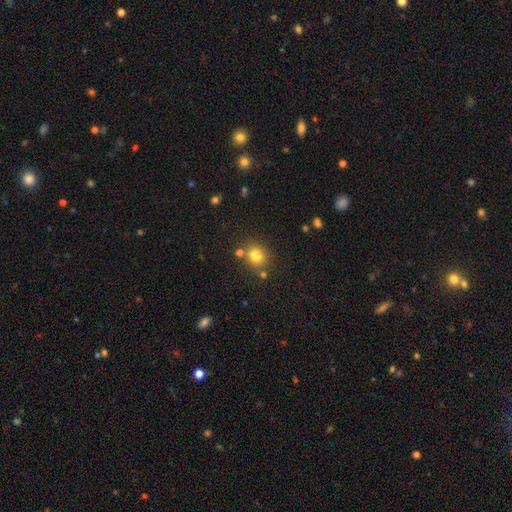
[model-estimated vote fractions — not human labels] smooth_or_featured: smooth (p=0.80) [alt: star or artifact p=0.13]
how_rounded: round (p=0.77) [alt: in between p=0.23]
merging: none (p=0.76) [alt: merger p=0.10]